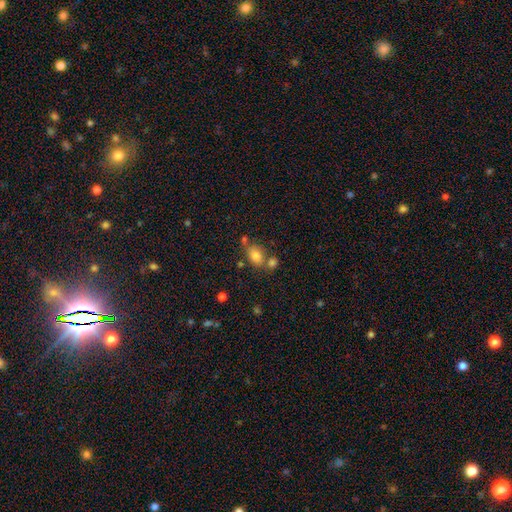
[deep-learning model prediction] Smooth or featured: smooth — 80% (star or artifact — 11%)
How rounded: in between — 76% (round — 22%)
Merging: none — 53% (merger — 27%)